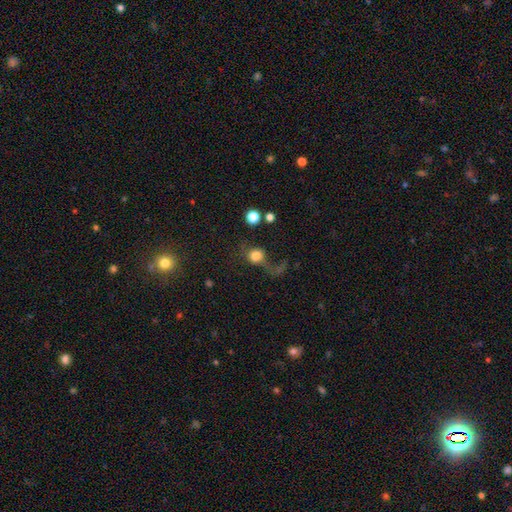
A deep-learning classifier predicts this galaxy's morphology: Smooth or featured?
  - smooth: 70% *
  - featured or disk: 17%
  - star or artifact: 13%
How rounded?
  - round: 79% *
  - in between: 19%
  - cigar-shaped: 2%
Merging?
  - major disturbance: 45% *
  - none: 31%
  - minor disturbance: 14%
  - merger: 10%